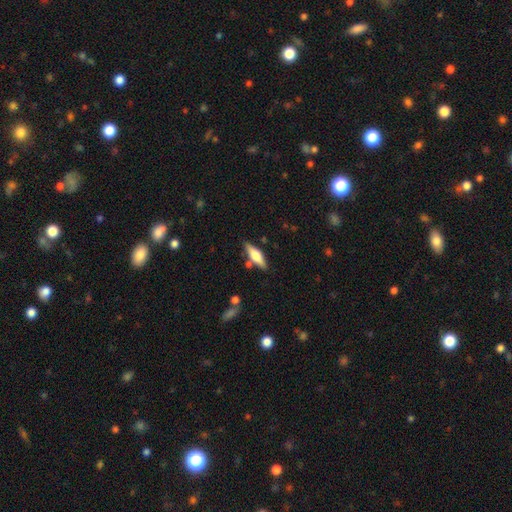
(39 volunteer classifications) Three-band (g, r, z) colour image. It shows a featured or disk galaxy (77%) viewed edge-on (100%) with a rounded central bulge (87%). Merging: none (82%).